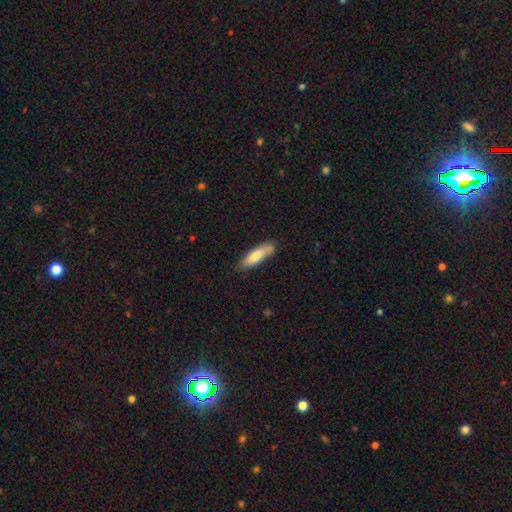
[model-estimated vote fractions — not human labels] Morphology: type=smooth (75%); roundness=cigar-shaped (63%); merging=none (76%).